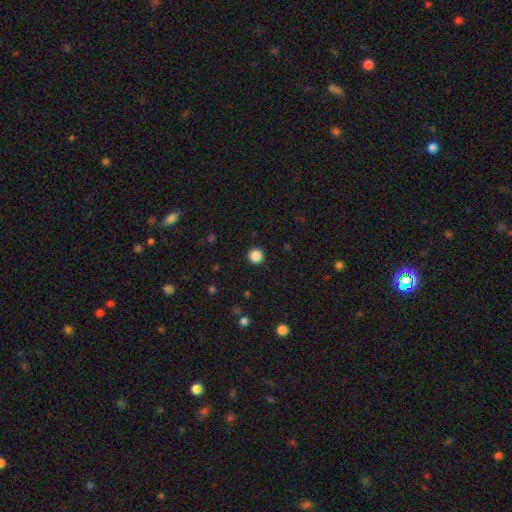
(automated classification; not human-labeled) Overall: smooth (87%). How rounded: round (96%). Merging: none (93%).